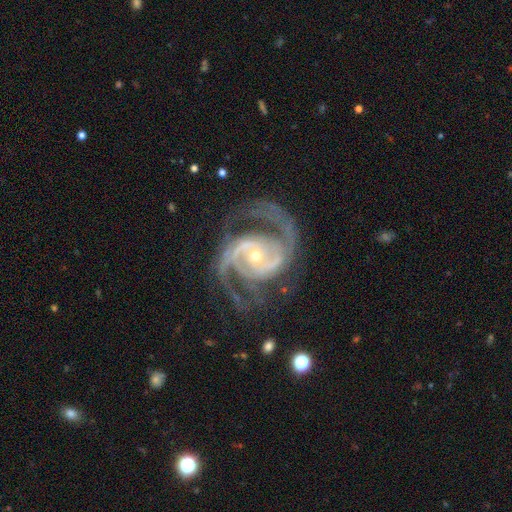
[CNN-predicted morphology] featured or disk 92%, star or artifact 5%, smooth 3%. Down the decision tree: edge-on disk — no (98%); bar — no (55%); spiral arms — yes (98%); spiral arm count — 2 (75%); spiral winding — medium (55%); bulge size — small (61%); merging — none (68%).